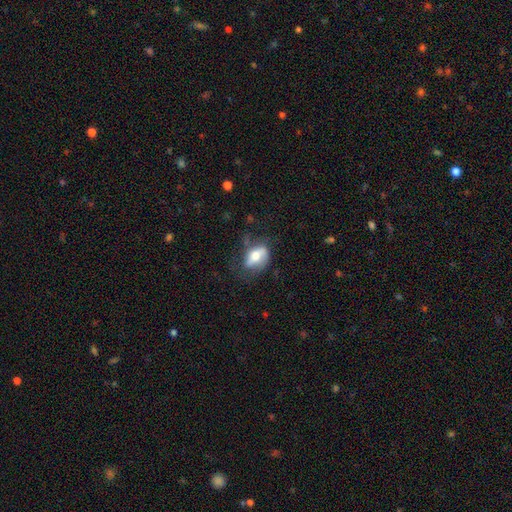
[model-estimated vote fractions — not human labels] A smooth galaxy with no disk features (54%) that is in between round and cigar-shaped (84%). Merging: none (49%).